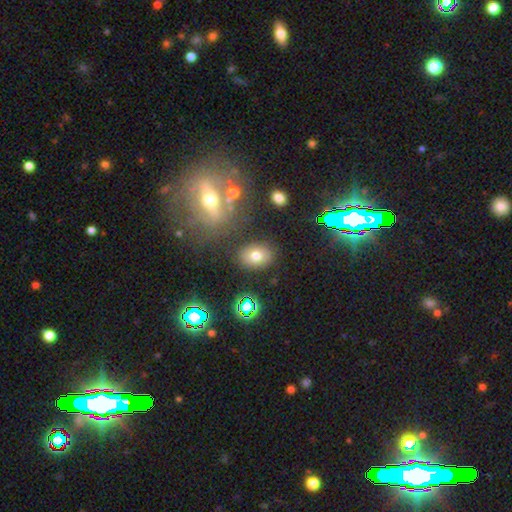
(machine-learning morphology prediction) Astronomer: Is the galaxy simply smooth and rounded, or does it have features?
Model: smooth — 71%.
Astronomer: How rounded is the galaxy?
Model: in between — 67%.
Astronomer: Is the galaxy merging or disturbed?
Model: none — 84%.